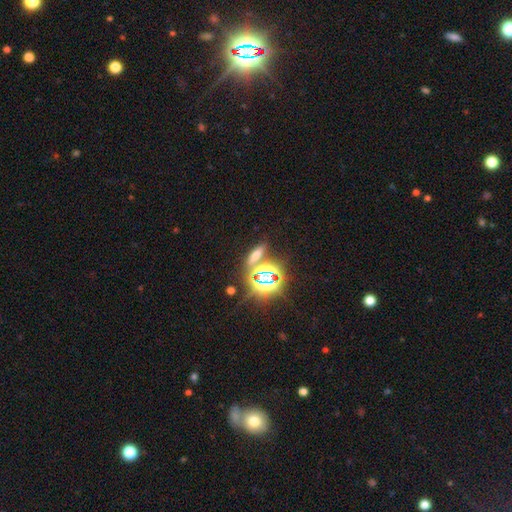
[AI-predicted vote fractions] Smooth or featured? star or artifact (44%)